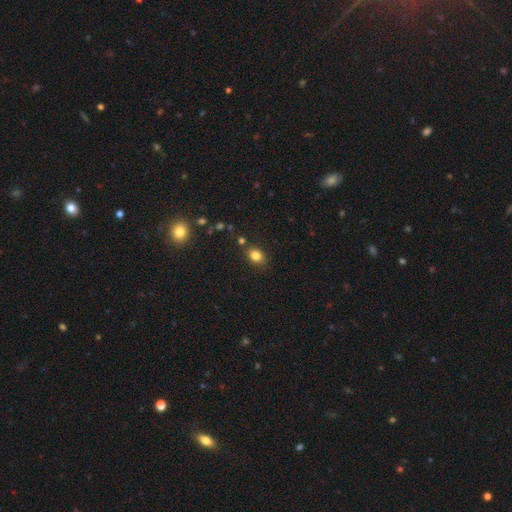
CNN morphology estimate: Smooth or featured?
  - smooth: 82% *
  - star or artifact: 11%
  - featured or disk: 6%
How rounded?
  - in between: 67% *
  - round: 31%
  - cigar-shaped: 1%
Merging?
  - none: 81% *
  - minor disturbance: 12%
  - merger: 4%
  - major disturbance: 3%